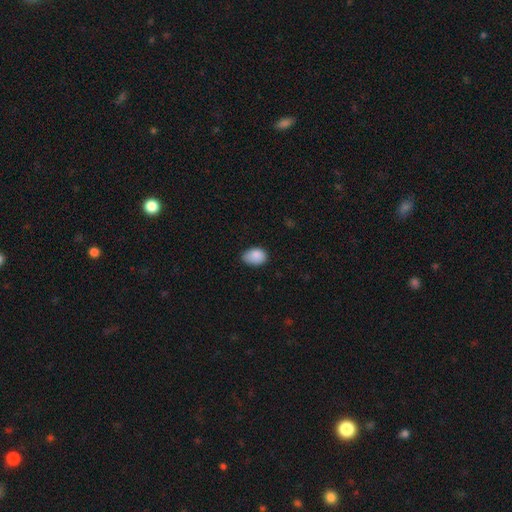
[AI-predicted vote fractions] The model was most divided on "merging": none: 65%, minor disturbance: 29%, major disturbance: 5%, merger: 1%. More confident: smooth or featured — smooth (87%); how rounded — in between (81%).